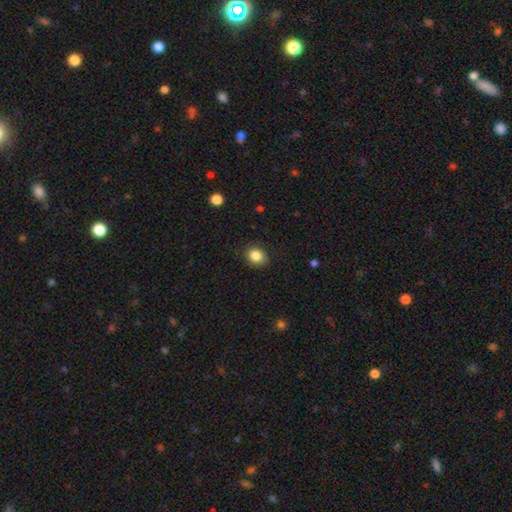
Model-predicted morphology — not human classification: A smooth galaxy with no disk features (85%) that is round (59%).

Vote fractions:
- Smooth or featured? smooth: 85% / star or artifact: 9% / featured or disk: 5%
- How rounded? round: 59% / in between: 40% / cigar-shaped: 1%
- Merging? none: 84% / minor disturbance: 12% / major disturbance: 3% / merger: 1%